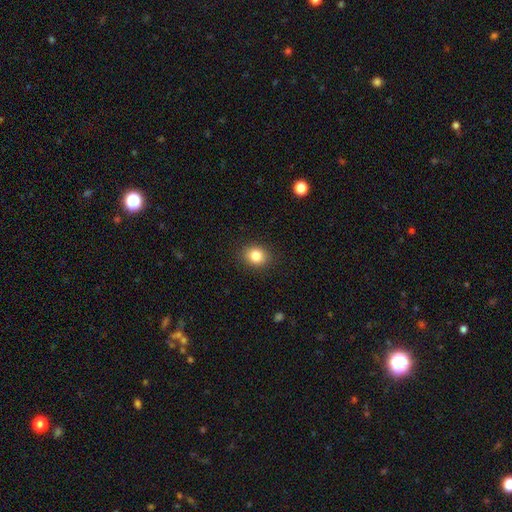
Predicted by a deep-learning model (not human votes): This appears to be a smooth galaxy with no disk features (84%) that is round (64%). Merging: none (89%).